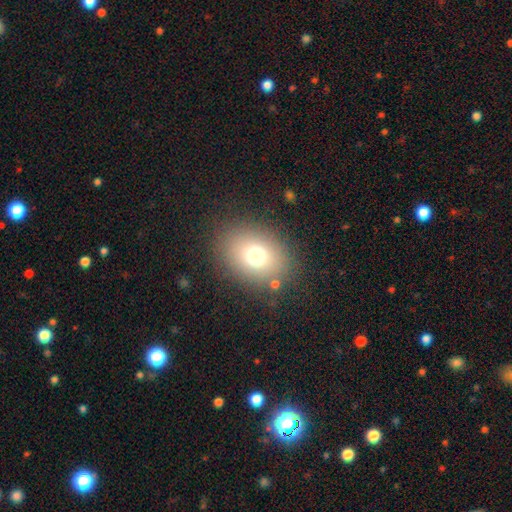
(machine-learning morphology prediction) smooth 73%, star or artifact 15%, featured or disk 12%. Down the decision tree: how rounded — in between (56%); merging — none (83%).